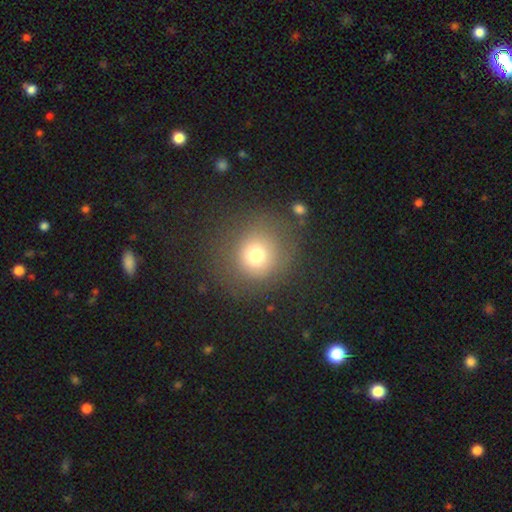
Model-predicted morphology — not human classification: This is likely a smooth galaxy (73%). How rounded: clearly round (90%). Merging: likely none (77%).